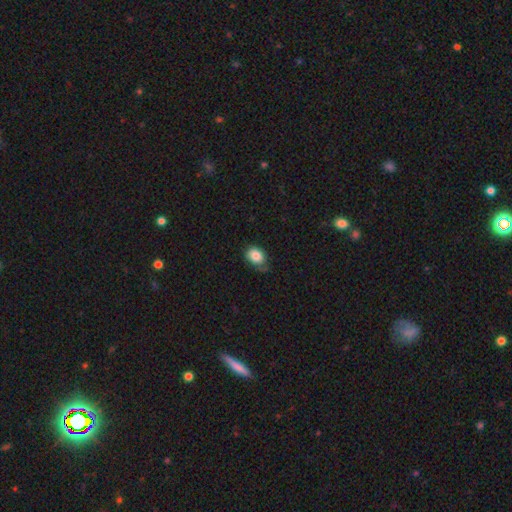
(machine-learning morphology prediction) smooth-or-featured: smooth: 84% | star or artifact: 8% | featured or disk: 7%
  how-rounded: in between: 72% | round: 27% | cigar-shaped: 1%
  merging: none: 64% | minor disturbance: 27% | major disturbance: 6% | merger: 2%